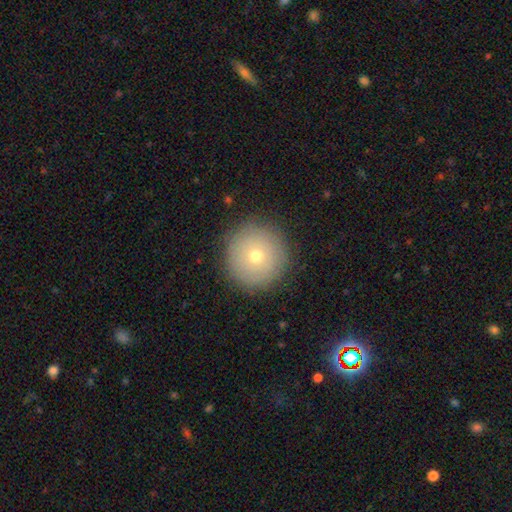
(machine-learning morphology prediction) smooth_or_featured: smooth (p=0.66) [alt: featured or disk p=0.22]
how_rounded: round (p=0.96) [alt: in between p=0.03]
merging: none (p=0.88) [alt: minor disturbance p=0.08]